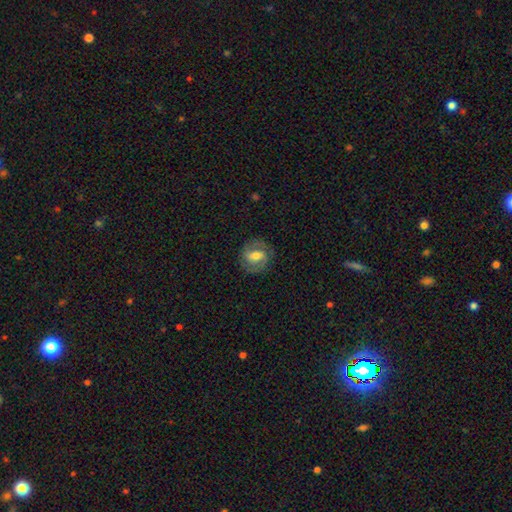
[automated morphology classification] Smooth or featured? featured or disk (60%)
Edge-on disk? no (96%)
Bar? weak (46%)
Spiral arms? yes (79%)
Bulge size? moderate (60%)
Merging? none (82%)